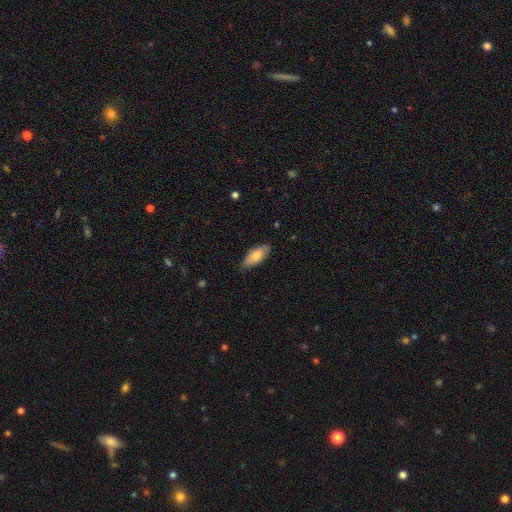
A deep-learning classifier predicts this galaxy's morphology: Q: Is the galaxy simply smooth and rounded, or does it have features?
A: smooth — 76%.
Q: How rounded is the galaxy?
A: in between — 82%.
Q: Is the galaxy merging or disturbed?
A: none — 84%.